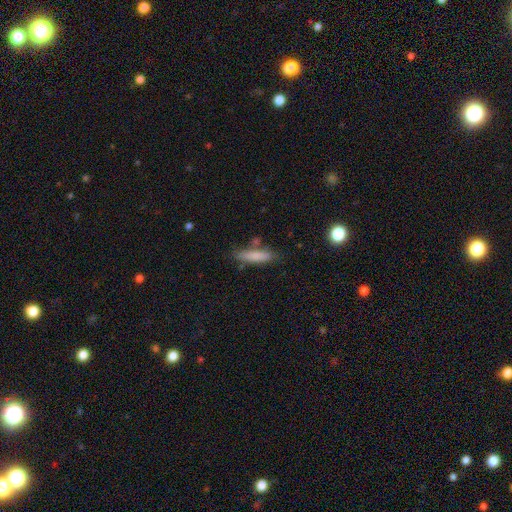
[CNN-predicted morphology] Smooth or featured?
  - smooth: 78% *
  - featured or disk: 15%
  - star or artifact: 7%
How rounded?
  - cigar-shaped: 76% *
  - in between: 22%
  - round: 2%
Merging?
  - none: 75% *
  - minor disturbance: 15%
  - merger: 7%
  - major disturbance: 3%